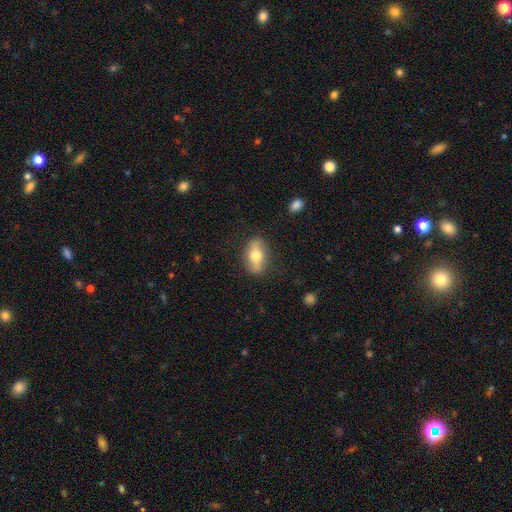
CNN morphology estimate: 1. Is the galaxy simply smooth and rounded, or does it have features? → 52% smooth, 41% featured or disk, 6% star or artifact.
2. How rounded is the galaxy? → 81% in between, 10% round, 9% cigar-shaped.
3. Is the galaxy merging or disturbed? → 83% none, 12% minor disturbance, 4% major disturbance, 1% merger.